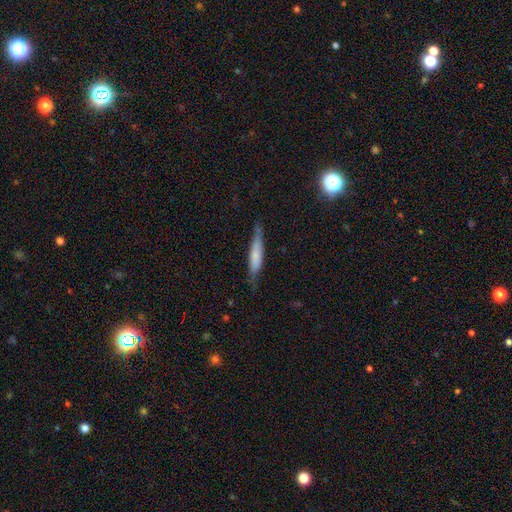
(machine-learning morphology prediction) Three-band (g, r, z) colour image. It shows a smooth galaxy with no disk features (59%) that is cigar-shaped (86%). Merging: none (72%).